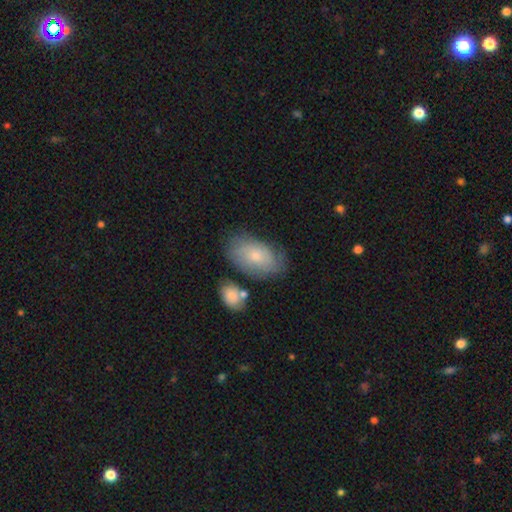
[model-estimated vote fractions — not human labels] Smooth or featured? smooth (65%)
How rounded? in between (90%)
Merging? none (65%)